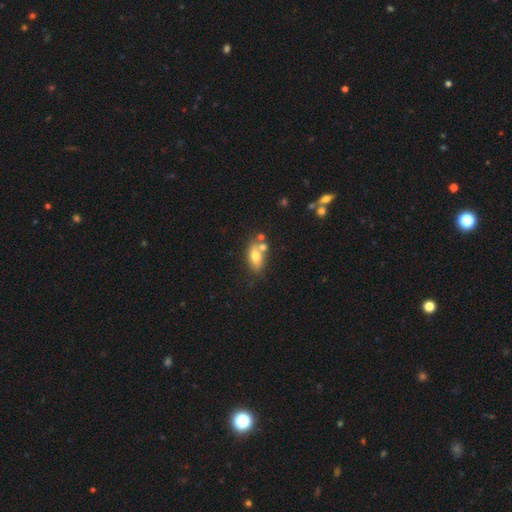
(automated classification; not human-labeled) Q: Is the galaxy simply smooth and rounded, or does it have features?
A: smooth — 66%.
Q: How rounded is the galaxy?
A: in between — 81%.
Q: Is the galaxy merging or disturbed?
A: none — 54%.